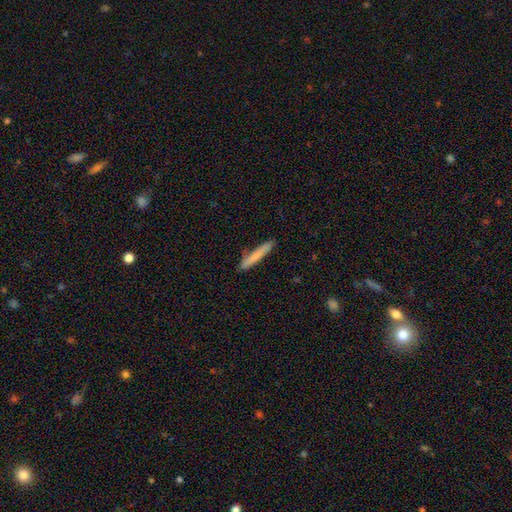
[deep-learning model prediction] Smooth or featured?
  - smooth: 77% *
  - featured or disk: 17%
  - star or artifact: 6%
How rounded?
  - cigar-shaped: 95% *
  - in between: 4%
  - round: 1%
Merging?
  - none: 87% *
  - minor disturbance: 10%
  - major disturbance: 2%
  - merger: 2%